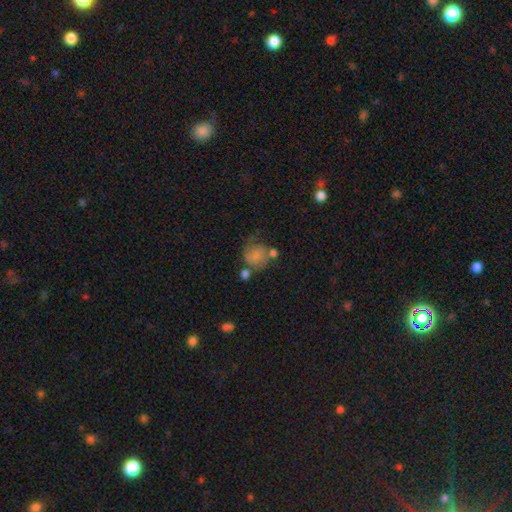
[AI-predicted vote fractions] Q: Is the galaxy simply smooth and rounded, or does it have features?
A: smooth — 55%.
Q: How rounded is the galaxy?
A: round — 76%.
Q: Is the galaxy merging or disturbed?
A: none — 39%.